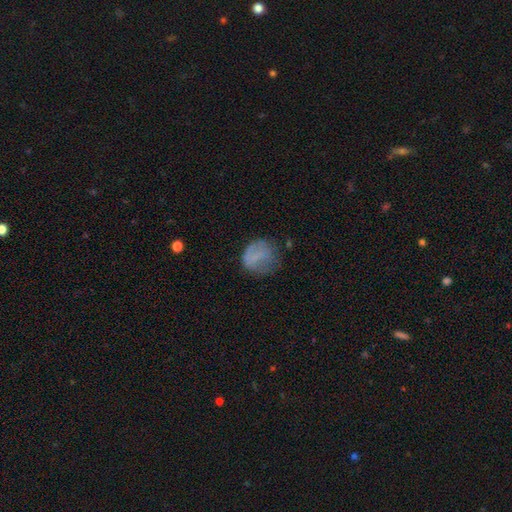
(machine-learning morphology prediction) A smooth galaxy with no disk features (67%) that is round (71%). Merging: none (46%).